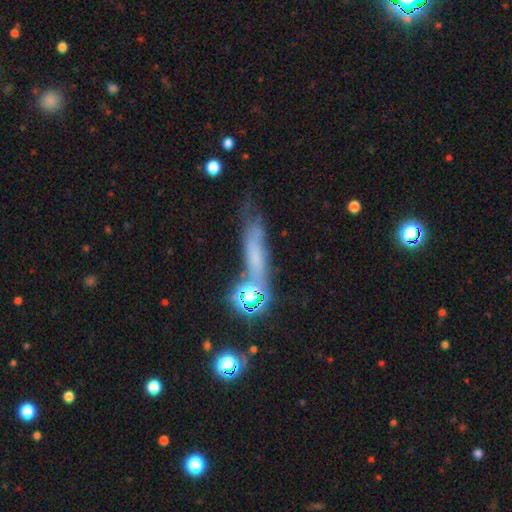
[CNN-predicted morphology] Smooth or featured?
  - smooth: 44% *
  - featured or disk: 34%
  - star or artifact: 22%
Merging?
  - none: 56% *
  - minor disturbance: 22%
  - major disturbance: 13%
  - merger: 9%